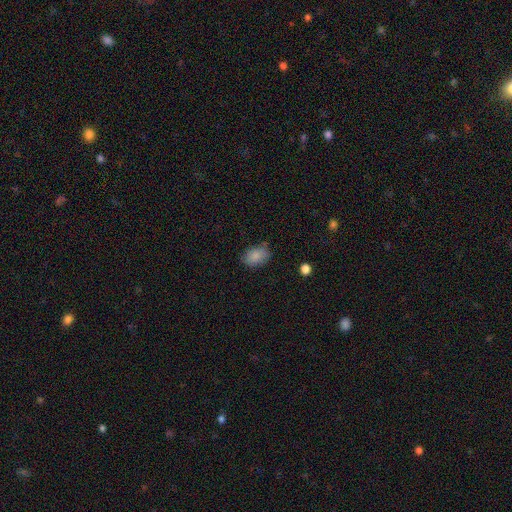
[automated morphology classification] smooth-or-featured: smooth: 85% | star or artifact: 8% | featured or disk: 7%
  how-rounded: in between: 81% | round: 17% | cigar-shaped: 1%
  merging: none: 76% | minor disturbance: 18% | major disturbance: 4% | merger: 2%